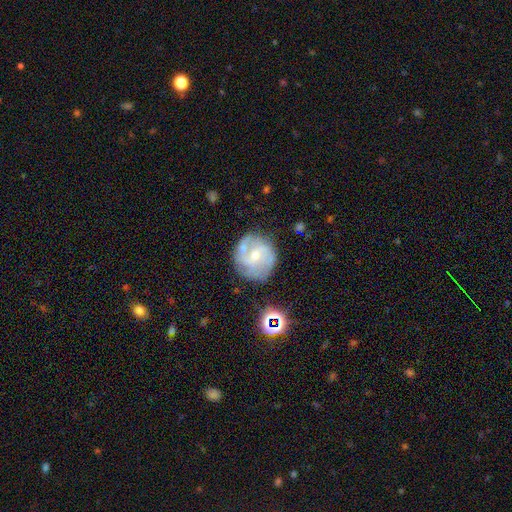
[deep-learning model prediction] smooth-or-featured: featured or disk: 72% | smooth: 20% | star or artifact: 8%
  disk-edge-on: no: 98% | yes: 2%
    bar: weak: 47% | no: 41% | strong: 12%
    has-spiral-arms: yes: 86% | no: 14%
      spiral-winding: medium: 43% | tight: 36% | loose: 21%
      spiral-arm-count: 2: 43% | can't tell: 26% | 3: 19% | 4: 5% | 1: 4% | more than 4: 3%
    bulge-size: small: 55% | moderate: 39% | none: 3% | large: 2% | dominant: 1%
  merging: none: 66% | minor disturbance: 19% | major disturbance: 9% | merger: 7%